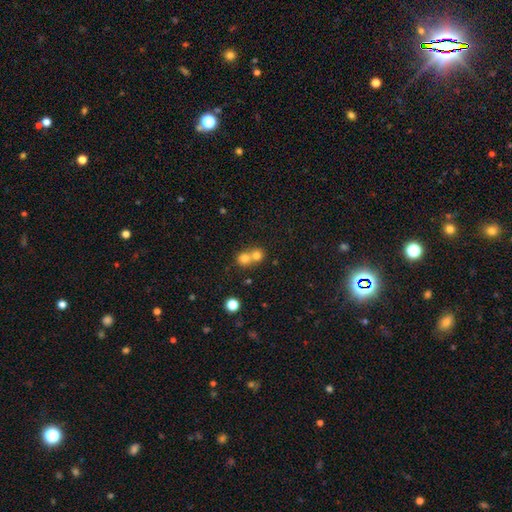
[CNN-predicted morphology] Smooth or featured?
  - smooth: 75% *
  - star or artifact: 13%
  - featured or disk: 12%
How rounded?
  - round: 84% *
  - in between: 16%
  - cigar-shaped: 1%
Merging?
  - merger: 62% *
  - none: 33%
  - minor disturbance: 4%
  - major disturbance: 2%